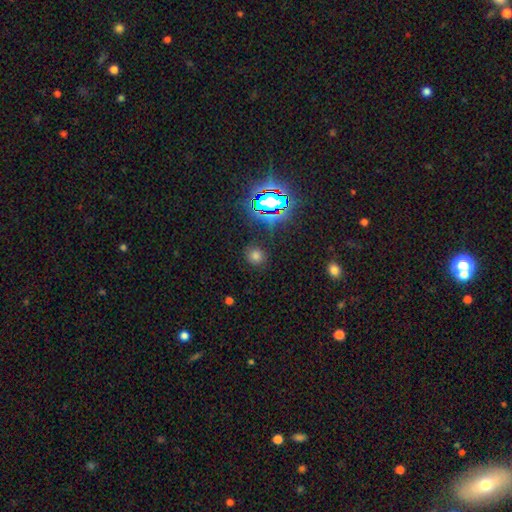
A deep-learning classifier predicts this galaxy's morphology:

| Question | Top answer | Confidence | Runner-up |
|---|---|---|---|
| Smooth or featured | smooth | 67% | star or artifact (26%) |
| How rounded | round | 87% | in between (12%) |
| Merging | none | 86% | minor disturbance (9%) |